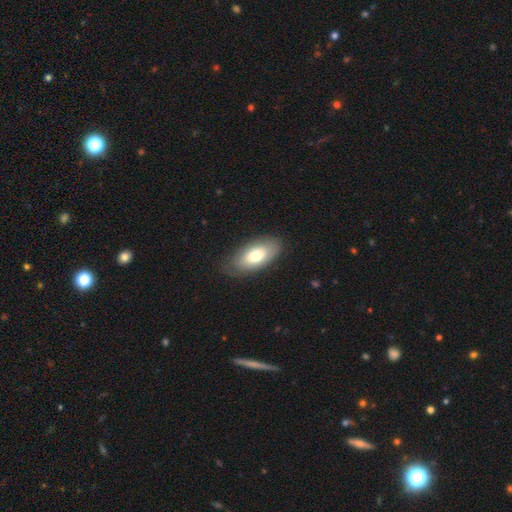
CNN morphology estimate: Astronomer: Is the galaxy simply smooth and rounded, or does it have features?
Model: smooth — 73%.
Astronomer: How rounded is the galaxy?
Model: in between — 92%.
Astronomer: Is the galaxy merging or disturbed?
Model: none — 81%.